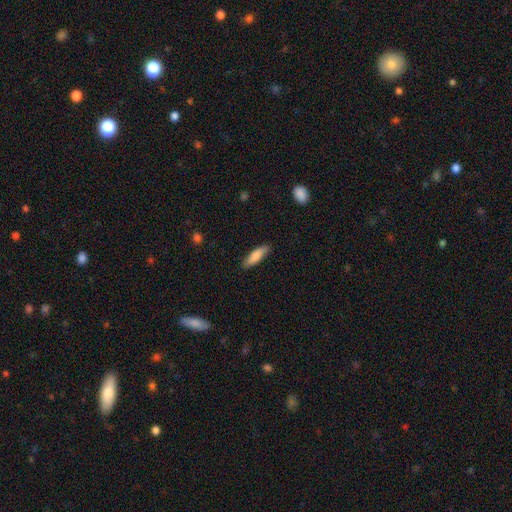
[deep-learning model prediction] Q: Smooth or featured?
A: smooth (84%); runner-up: featured or disk (11%)
Q: How rounded?
A: cigar-shaped (57%); runner-up: in between (41%)
Q: Merging?
A: none (86%); runner-up: minor disturbance (11%)